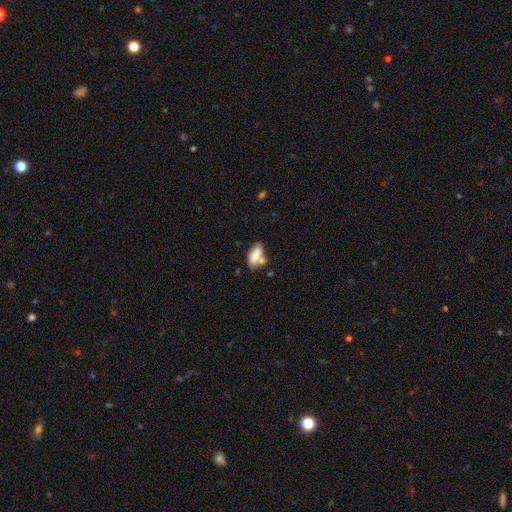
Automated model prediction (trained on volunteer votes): Smooth or featured? smooth (80%)
How rounded? in between (86%)
Merging? none (53%)